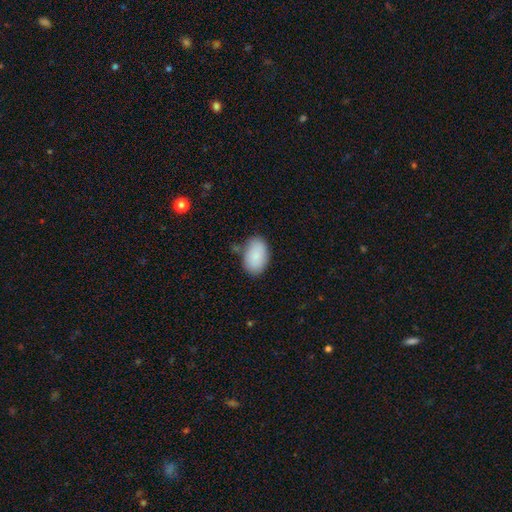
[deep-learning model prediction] Q: Smooth or featured?
A: smooth (87%); runner-up: featured or disk (7%)
Q: How rounded?
A: in between (93%); runner-up: round (6%)
Q: Merging?
A: none (76%); runner-up: minor disturbance (17%)